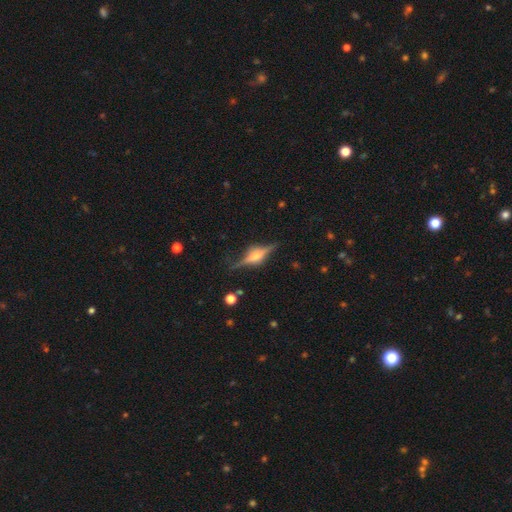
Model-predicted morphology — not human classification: This is likely a featured or disk galaxy (80%). It is clearly viewed edge-on (96%). Edge-on bulge: clearly rounded (85%). Merging: clearly none (81%).